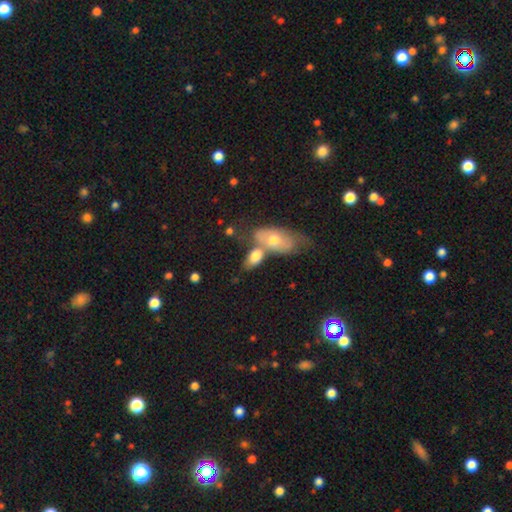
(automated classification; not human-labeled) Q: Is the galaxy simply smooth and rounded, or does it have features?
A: smooth — 69%.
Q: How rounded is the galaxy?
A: in between — 89%.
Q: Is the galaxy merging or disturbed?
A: merger — 54%.